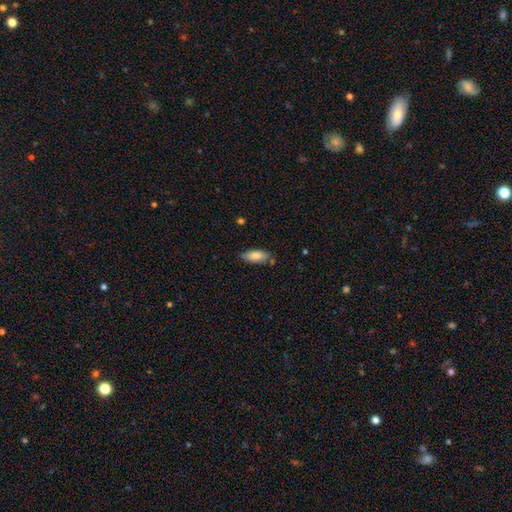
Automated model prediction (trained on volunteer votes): Smooth or featured? Predicted: smooth (p=0.83). How rounded? Predicted: in between (p=0.80). Merging? Predicted: none (p=0.74).